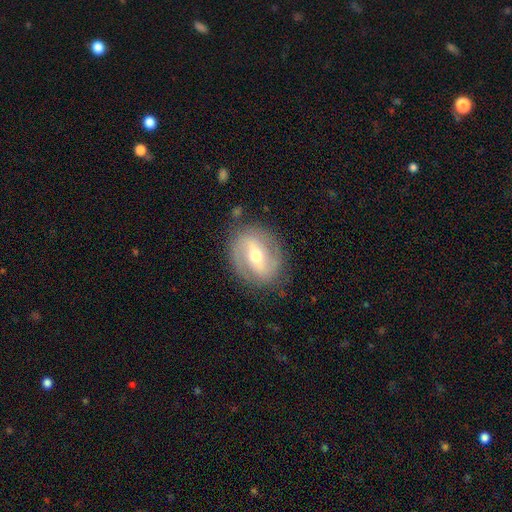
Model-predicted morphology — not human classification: type=featured or disk (72%); edge-on=no (93%); bar=strong (47%); spiral arms=yes (71%); bulge=moderate (69%); merging=none (80%).